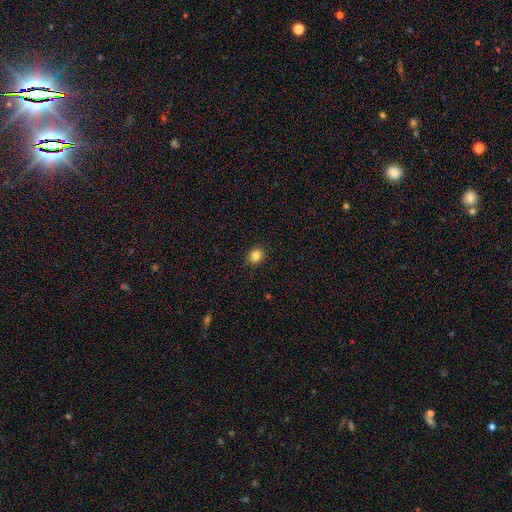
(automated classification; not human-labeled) A smooth galaxy with no disk features (84%) that is round (77%).

Vote fractions:
- Smooth or featured? smooth: 84% / star or artifact: 11% / featured or disk: 5%
- How rounded? round: 77% / in between: 22% / cigar-shaped: 1%
- Merging? none: 91% / minor disturbance: 6% / major disturbance: 2% / merger: 1%